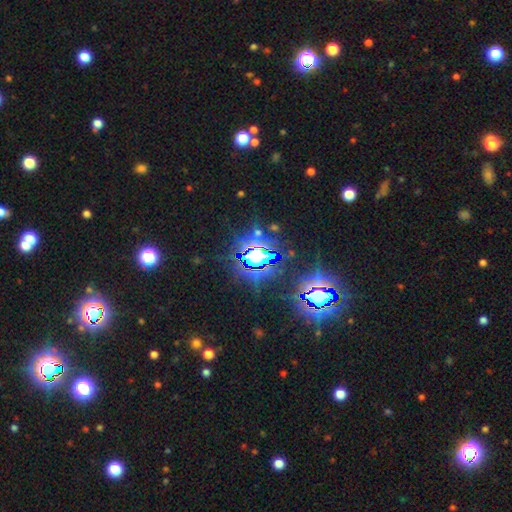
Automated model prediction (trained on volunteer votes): This is likely a star or artifact rather than a galaxy (79%).